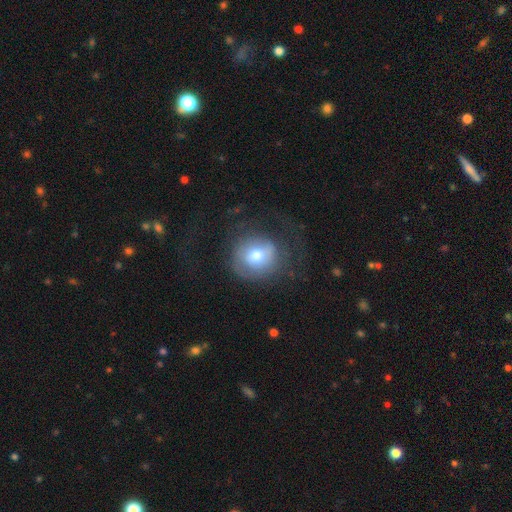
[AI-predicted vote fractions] Smooth or featured: smooth — 57% (featured or disk — 34%)
How rounded: round — 81% (in between — 18%)
Merging: none — 51% (major disturbance — 27%)